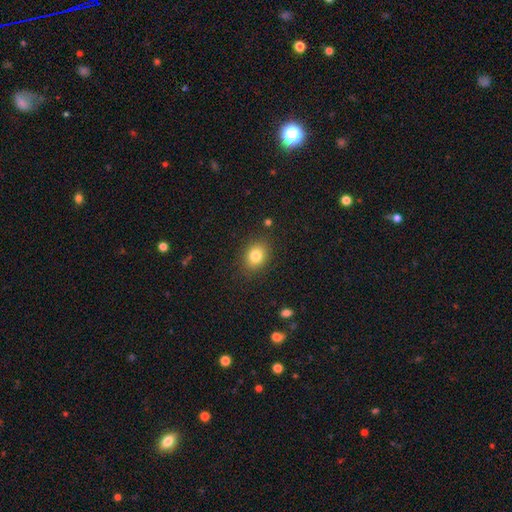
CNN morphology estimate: A smooth galaxy with no disk features (81%) that is in between round and cigar-shaped (55%).

Vote fractions:
- Smooth or featured? smooth: 81% / star or artifact: 10% / featured or disk: 8%
- How rounded? in between: 55% / round: 44% / cigar-shaped: 1%
- Merging? none: 86% / minor disturbance: 10% / major disturbance: 3% / merger: 1%